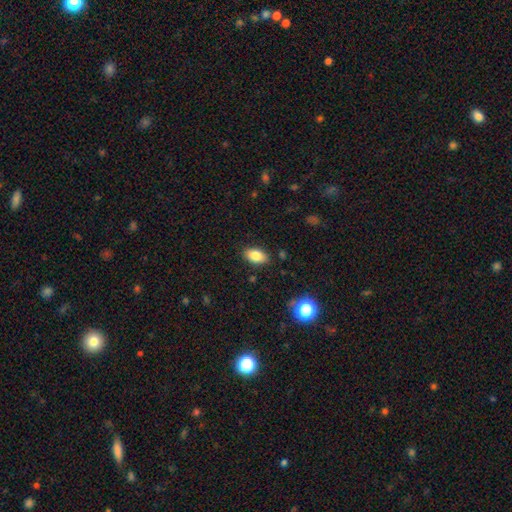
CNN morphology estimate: Smooth or featured? Predicted: smooth (p=0.84). How rounded? Predicted: in between (p=0.90). Merging? Predicted: none (p=0.86).